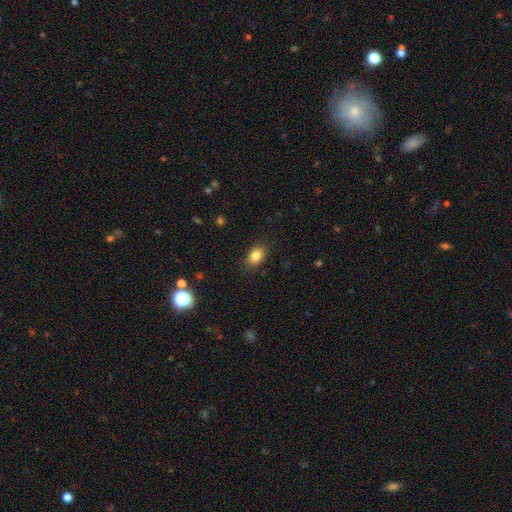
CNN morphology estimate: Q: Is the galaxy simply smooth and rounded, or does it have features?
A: smooth — 85%.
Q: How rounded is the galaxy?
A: in between — 83%.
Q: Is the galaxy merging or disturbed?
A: none — 87%.